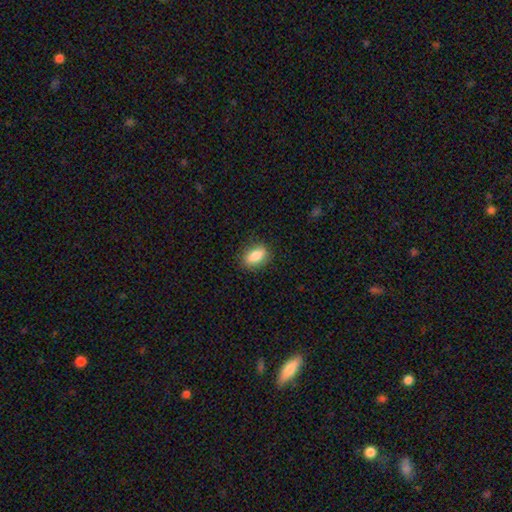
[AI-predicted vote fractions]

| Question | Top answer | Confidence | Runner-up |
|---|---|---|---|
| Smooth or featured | smooth | 85% | star or artifact (7%) |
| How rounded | in between | 87% | round (9%) |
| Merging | none | 84% | minor disturbance (12%) |